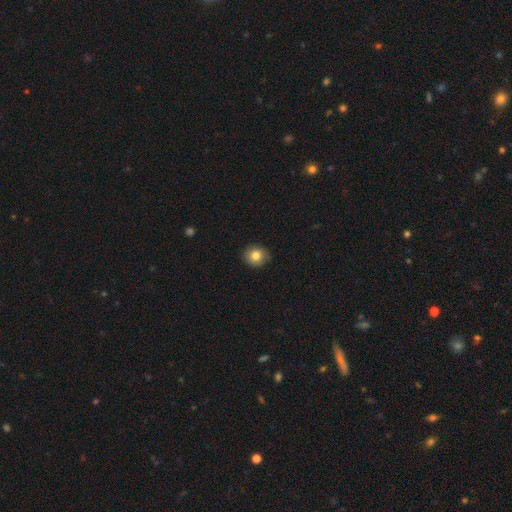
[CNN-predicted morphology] Smooth or featured? smooth (83%)
How rounded? round (81%)
Merging? none (88%)